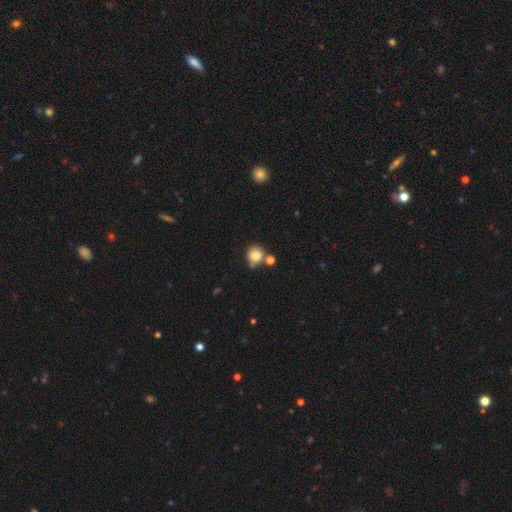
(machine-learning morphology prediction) Smooth or featured? Predicted: smooth (p=0.81). How rounded? Predicted: round (p=0.87). Merging? Predicted: none (p=0.56).